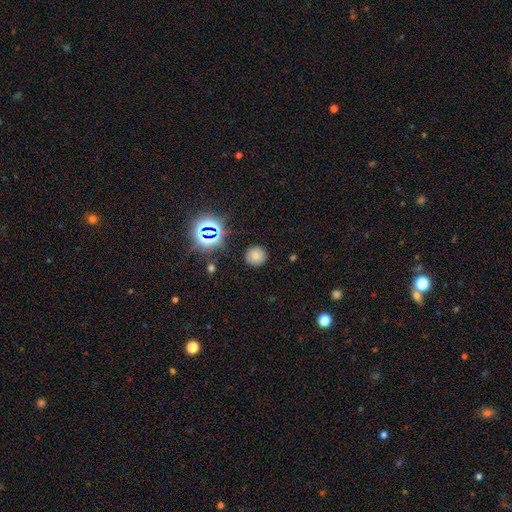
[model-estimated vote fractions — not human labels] smooth_or_featured: smooth (p=0.67) [alt: star or artifact p=0.21]
how_rounded: round (p=0.92) [alt: in between p=0.07]
merging: none (p=0.86) [alt: minor disturbance p=0.09]